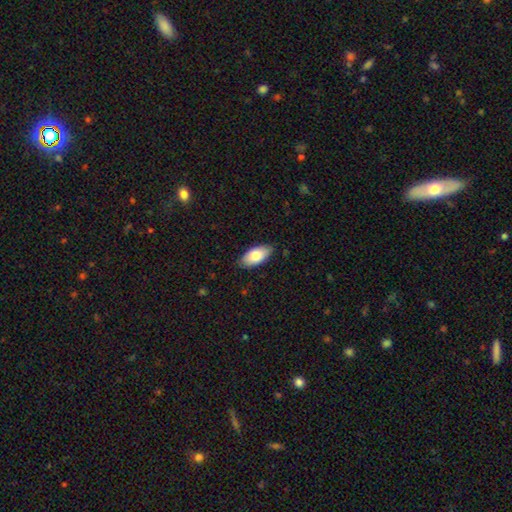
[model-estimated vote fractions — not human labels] The model was most divided on "smooth or featured": smooth: 79%, featured or disk: 15%, star or artifact: 6%. More confident: how rounded — in between (93%); merging — none (84%).